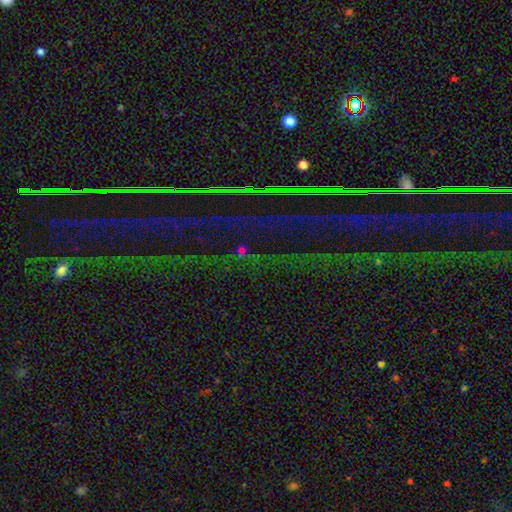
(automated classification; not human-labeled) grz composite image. It shows a star or artifact, not a galaxy (85%).